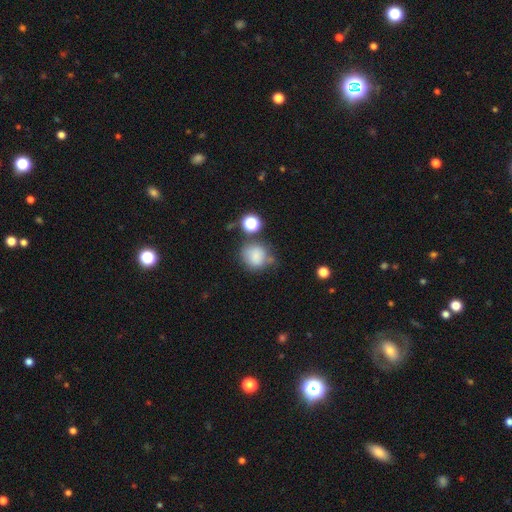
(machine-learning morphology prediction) Smooth or featured: smooth — 79% (star or artifact — 11%)
How rounded: round — 78% (in between — 21%)
Merging: none — 53% (minor disturbance — 23%)